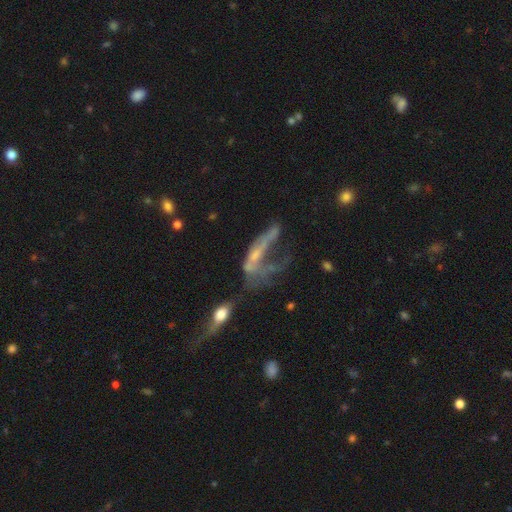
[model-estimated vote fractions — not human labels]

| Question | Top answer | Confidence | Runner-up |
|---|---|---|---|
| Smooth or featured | featured or disk | 57% | smooth (29%) |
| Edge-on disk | no | 76% | yes (24%) |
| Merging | major disturbance | 49% | merger (25%) |